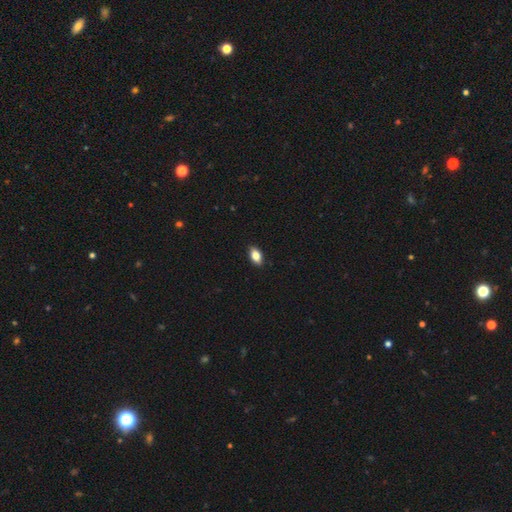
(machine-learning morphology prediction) Smooth or featured?
  - smooth: 81% *
  - featured or disk: 11%
  - star or artifact: 8%
How rounded?
  - in between: 89% *
  - round: 6%
  - cigar-shaped: 5%
Merging?
  - none: 89% *
  - minor disturbance: 9%
  - major disturbance: 2%
  - merger: 1%